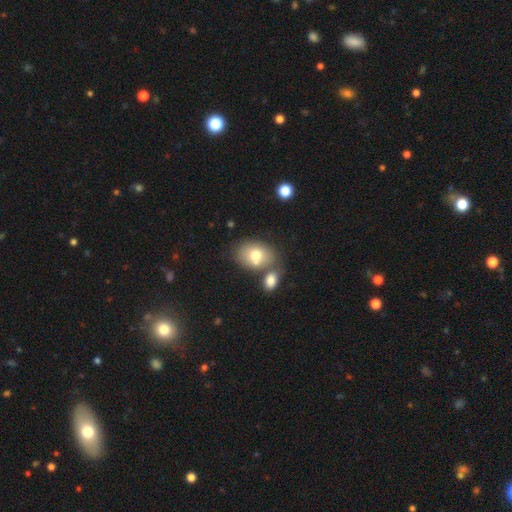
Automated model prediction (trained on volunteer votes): smooth 72%, featured or disk 19%, star or artifact 9%. Down the decision tree: how rounded — in between (71%); merging — none (50%).